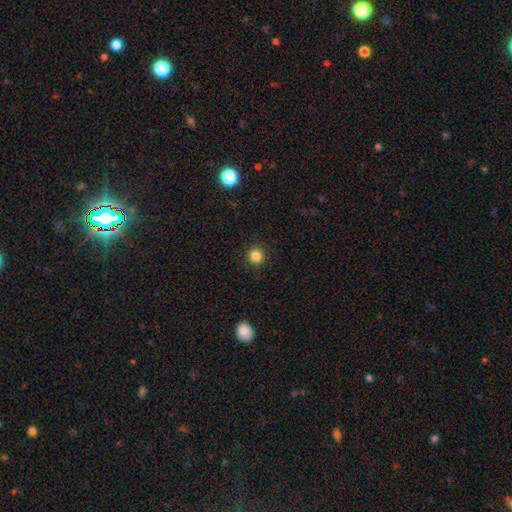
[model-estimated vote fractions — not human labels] smooth 85%, star or artifact 12%, featured or disk 4%. Down the decision tree: how rounded — round (94%); merging — none (92%).